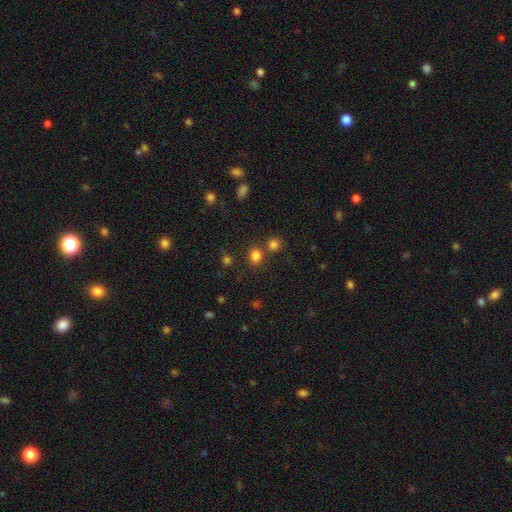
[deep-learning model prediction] Smooth or featured?
  - smooth: 80% *
  - star or artifact: 15%
  - featured or disk: 5%
How rounded?
  - round: 74% *
  - in between: 25%
  - cigar-shaped: 1%
Merging?
  - none: 71% *
  - merger: 16%
  - minor disturbance: 9%
  - major disturbance: 4%